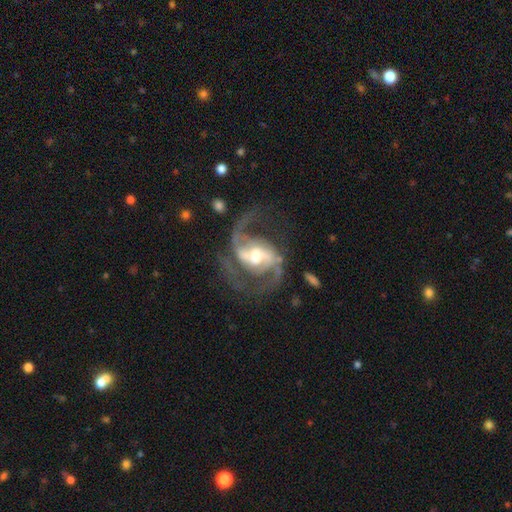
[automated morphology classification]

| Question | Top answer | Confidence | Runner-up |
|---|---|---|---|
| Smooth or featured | featured or disk | 91% | star or artifact (5%) |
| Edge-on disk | no | 98% | yes (2%) |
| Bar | weak | 41% | strong (40%) |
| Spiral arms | yes | 97% | no (3%) |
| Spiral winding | medium | 54% | loose (34%) |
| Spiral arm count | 2 | 84% | 3 (6%) |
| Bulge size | moderate | 60% | large (19%) |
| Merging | none | 61% | major disturbance (20%) |